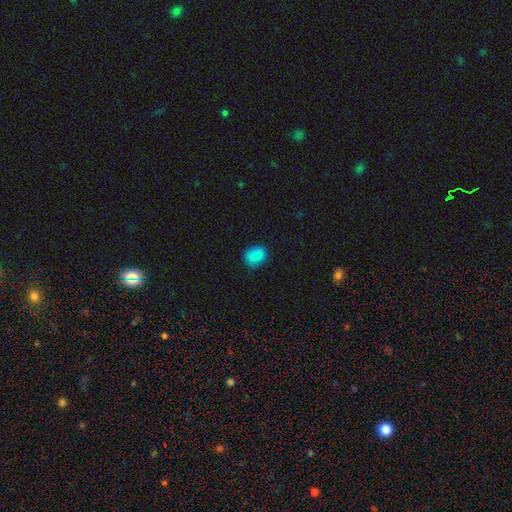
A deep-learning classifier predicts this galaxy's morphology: Smooth or featured?
  - smooth: 86% *
  - star or artifact: 11%
  - featured or disk: 3%
How rounded?
  - in between: 55% *
  - round: 43%
  - cigar-shaped: 1%
Merging?
  - none: 84% *
  - minor disturbance: 12%
  - major disturbance: 3%
  - merger: 1%